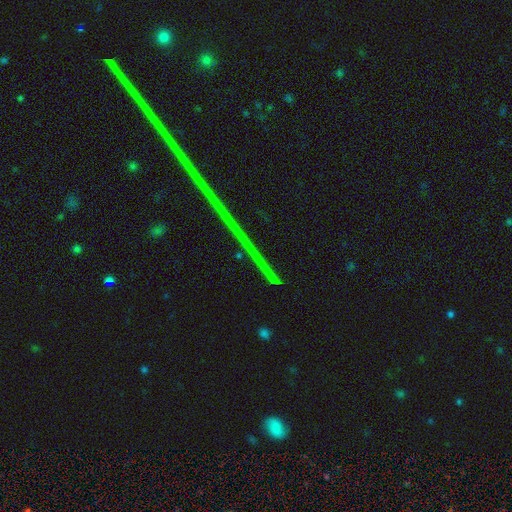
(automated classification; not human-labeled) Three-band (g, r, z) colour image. It shows a star or artifact, not a galaxy (85%).